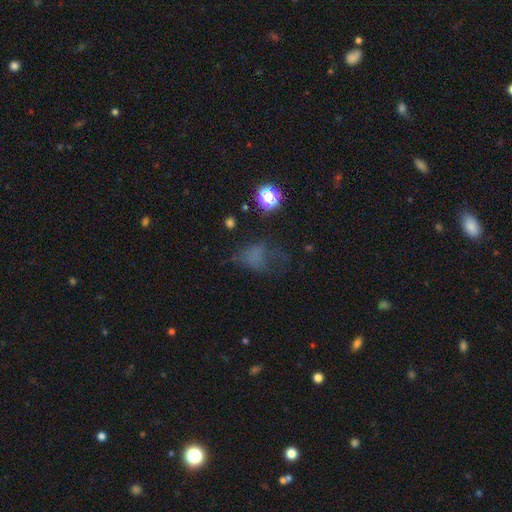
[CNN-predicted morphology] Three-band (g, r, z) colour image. It shows a smooth galaxy with no disk features (54%) that is in between round and cigar-shaped (63%). Merging: none (37%, tied with major disturbance).